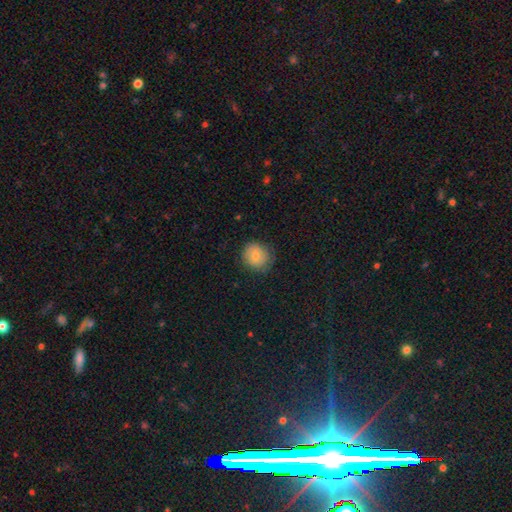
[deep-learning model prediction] Smooth or featured?
  - smooth: 79% *
  - featured or disk: 13%
  - star or artifact: 8%
How rounded?
  - round: 86% *
  - in between: 13%
  - cigar-shaped: 1%
Merging?
  - none: 77% *
  - minor disturbance: 17%
  - major disturbance: 5%
  - merger: 1%